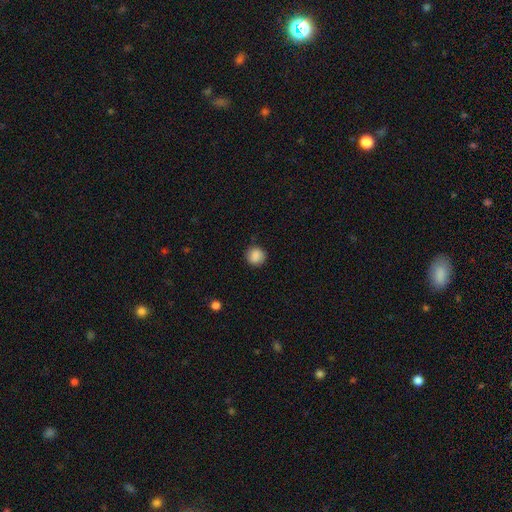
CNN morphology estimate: Overall: smooth (88%). How rounded: round (89%). Merging: none (87%).